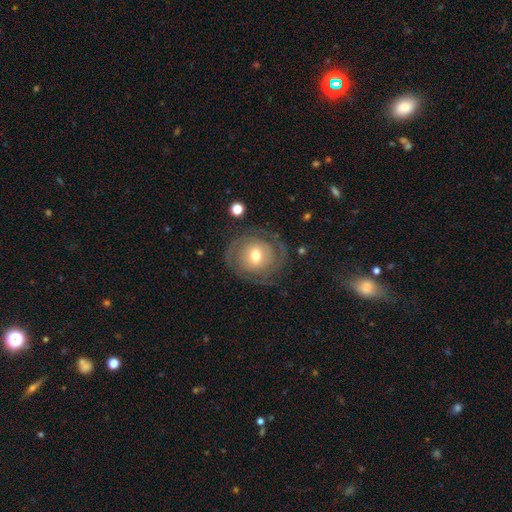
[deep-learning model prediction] smooth_or_featured: featured or disk (p=0.64) [alt: smooth p=0.28]
disk_edge_on: no (p=0.97) [alt: yes p=0.03]
bar: no (p=0.56) [alt: weak p=0.34]
has_spiral_arms: yes (p=0.76) [alt: no p=0.24]
bulge_size: moderate (p=0.68) [alt: small p=0.22]
merging: none (p=0.74) [alt: minor disturbance p=0.15]